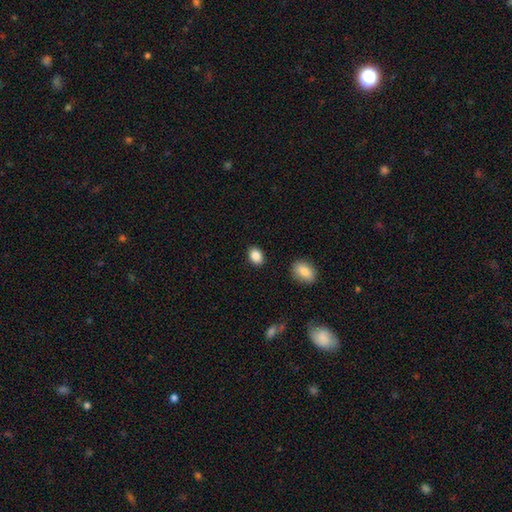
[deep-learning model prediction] Smooth or featured? Predicted: smooth (p=0.86). How rounded? Predicted: in between (p=0.75). Merging? Predicted: none (p=0.87).